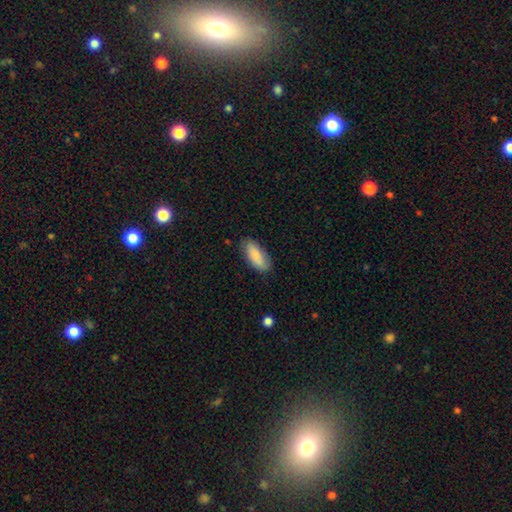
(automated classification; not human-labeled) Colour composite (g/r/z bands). It shows a smooth galaxy with no disk features (82%) that is in between round and cigar-shaped (83%). Merging: none (77%).